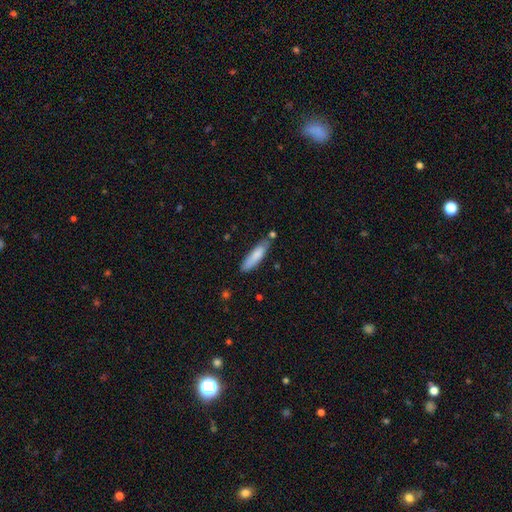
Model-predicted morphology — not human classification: smooth_or_featured: smooth (p=0.81) [alt: featured or disk p=0.13]
how_rounded: cigar-shaped (p=0.73) [alt: in between p=0.25]
merging: none (p=0.70) [alt: minor disturbance p=0.19]